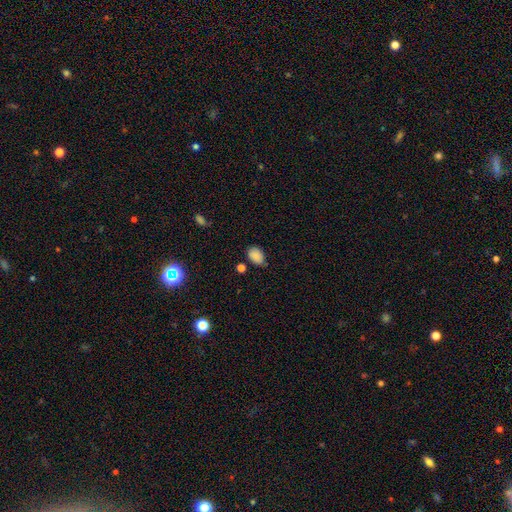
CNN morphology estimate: Smooth or featured: smooth — 86% (star or artifact — 10%)
How rounded: in between — 79% (round — 20%)
Merging: none — 70% (minor disturbance — 22%)